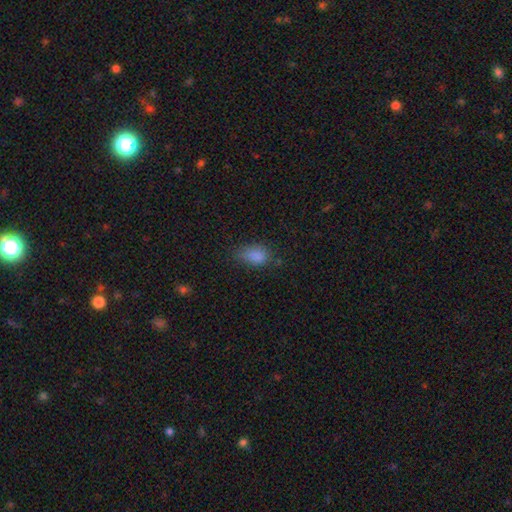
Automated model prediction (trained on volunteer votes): Morphology: type=smooth (83%); roundness=in between (88%); merging=none (64%).